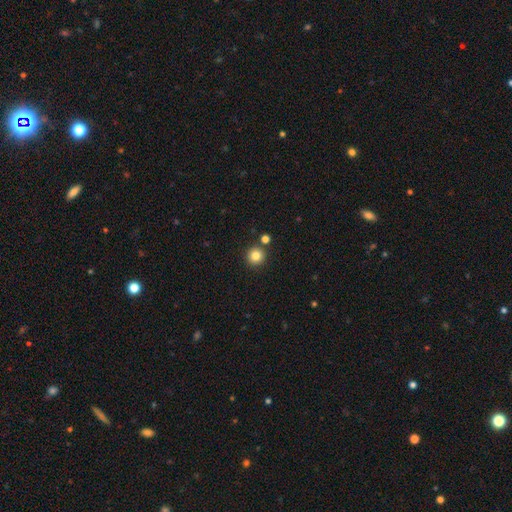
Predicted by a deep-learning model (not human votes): Morphology: type=smooth (83%); roundness=round (94%); merging=none (85%).